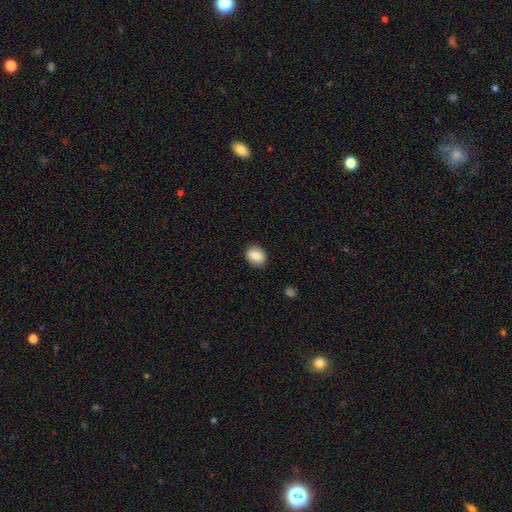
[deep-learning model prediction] This appears to be a smooth galaxy with no disk features (84%) that is in between round and cigar-shaped (60%). Merging: none (87%).